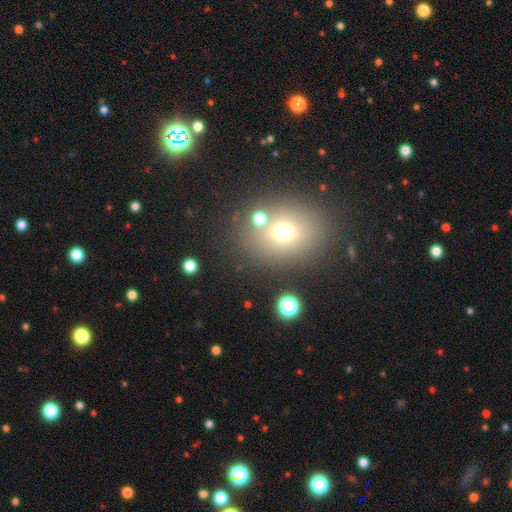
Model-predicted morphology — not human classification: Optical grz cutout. It shows a smooth galaxy with no disk features (55%) that is in between round and cigar-shaped (49%, tied with round). Merging: none (78%).